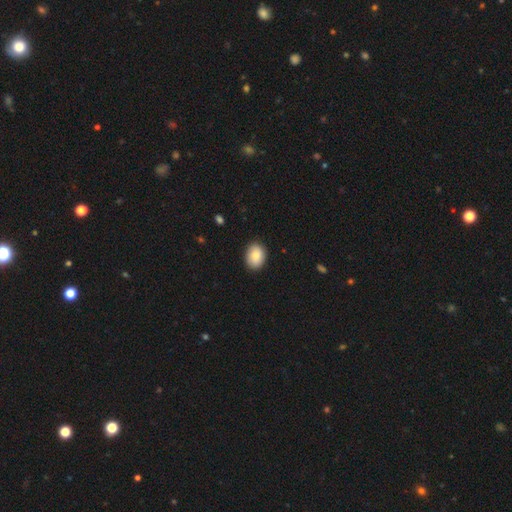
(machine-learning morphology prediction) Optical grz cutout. It shows a smooth galaxy with no disk features (85%) that is in between round and cigar-shaped (68%). Merging: none (89%).